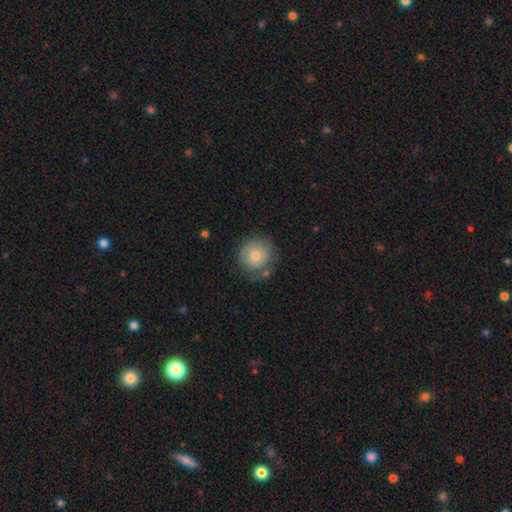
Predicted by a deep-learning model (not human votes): smooth_or_featured: smooth (p=0.71) [alt: featured or disk p=0.21]
how_rounded: round (p=0.88) [alt: in between p=0.11]
merging: none (p=0.66) [alt: minor disturbance p=0.21]